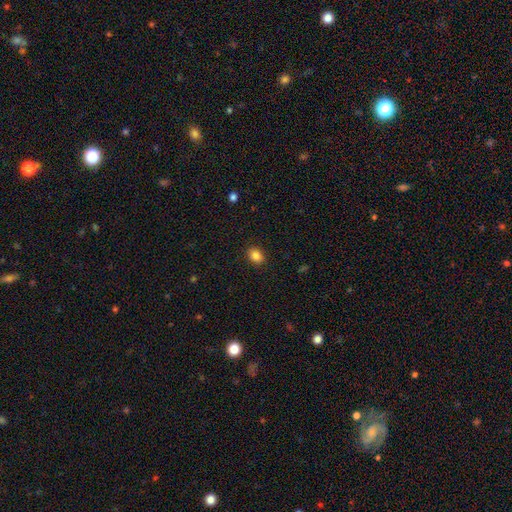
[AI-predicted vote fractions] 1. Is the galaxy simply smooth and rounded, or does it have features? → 86% smooth, 10% star or artifact, 4% featured or disk.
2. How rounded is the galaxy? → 63% in between, 36% round, 1% cigar-shaped.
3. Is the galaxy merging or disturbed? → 89% none, 7% minor disturbance, 2% major disturbance, 1% merger.